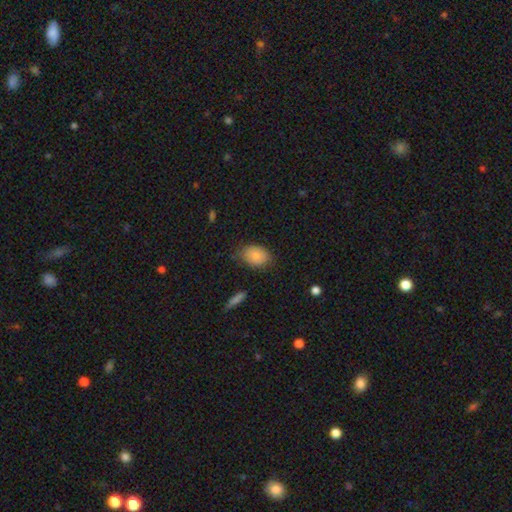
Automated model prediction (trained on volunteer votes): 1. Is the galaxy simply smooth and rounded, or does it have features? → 83% smooth, 10% featured or disk, 7% star or artifact.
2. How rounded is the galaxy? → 80% in between, 18% round, 1% cigar-shaped.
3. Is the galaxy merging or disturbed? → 73% none, 21% minor disturbance, 5% major disturbance, 2% merger.